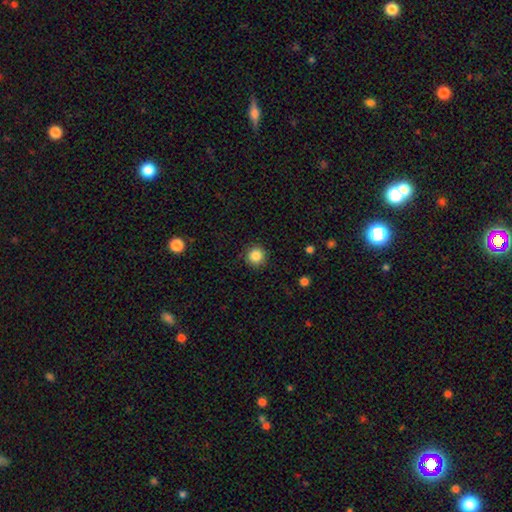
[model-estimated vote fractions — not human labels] A smooth galaxy with no disk features (85%) that is round (95%). Merging: none (91%).